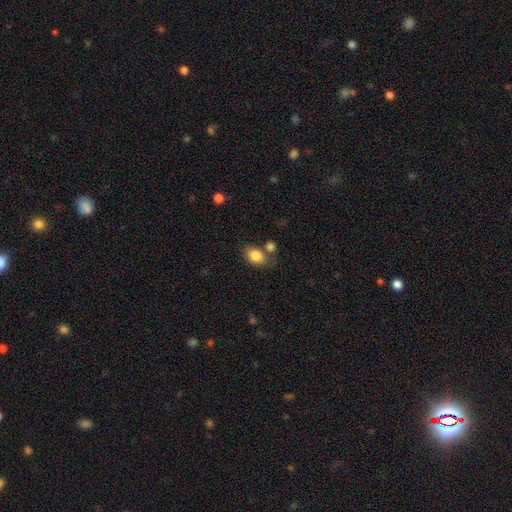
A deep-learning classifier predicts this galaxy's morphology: The model was most divided on "merging": none: 58%, merger: 18%, minor disturbance: 18%, major disturbance: 6%. More confident: smooth or featured — smooth (84%); how rounded — in between (78%).